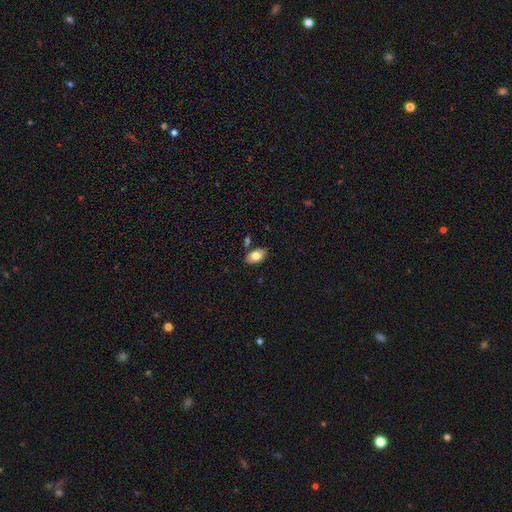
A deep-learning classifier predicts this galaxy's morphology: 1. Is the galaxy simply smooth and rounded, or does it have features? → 79% smooth, 14% featured or disk, 7% star or artifact.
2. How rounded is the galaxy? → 92% in between, 6% round, 1% cigar-shaped.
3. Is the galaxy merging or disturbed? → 79% none, 11% minor disturbance, 7% merger, 2% major disturbance.